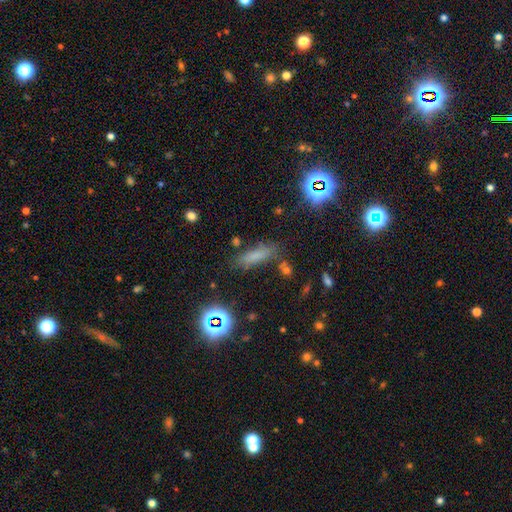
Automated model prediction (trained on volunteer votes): Morphology: type=smooth (66%); roundness=cigar-shaped (64%); merging=none (75%).